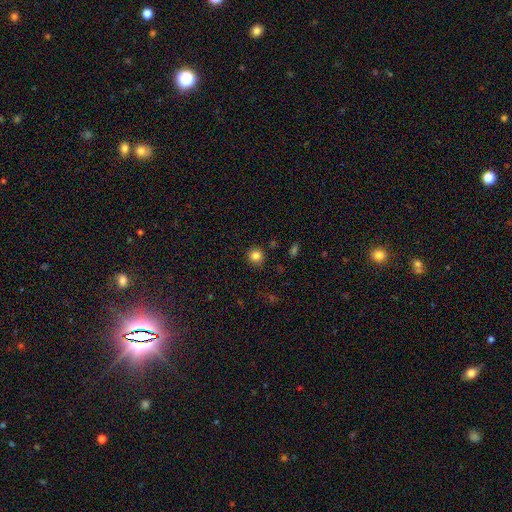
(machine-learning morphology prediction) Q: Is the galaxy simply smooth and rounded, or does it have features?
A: smooth — 83%.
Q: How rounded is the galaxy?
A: round — 91%.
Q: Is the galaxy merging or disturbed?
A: none — 89%.